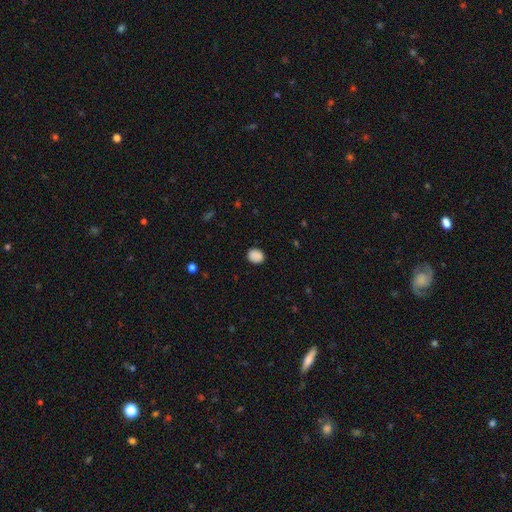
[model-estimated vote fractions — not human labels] Smooth or featured: smooth — 88% (star or artifact — 9%)
How rounded: round — 59% (in between — 41%)
Merging: none — 87% (minor disturbance — 10%)